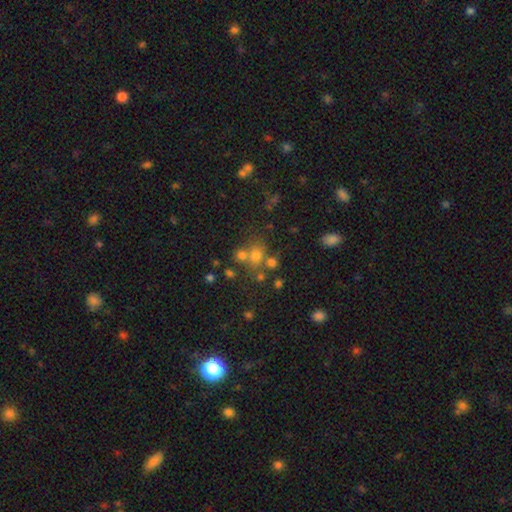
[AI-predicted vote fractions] Smooth or featured: smooth — 63% (star or artifact — 23%)
How rounded: round — 80% (in between — 19%)
Merging: none — 54% (merger — 31%)